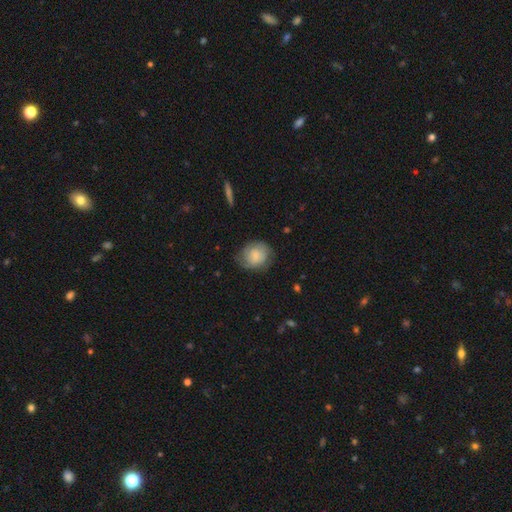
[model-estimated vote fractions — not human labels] The model was most divided on "smooth or featured": smooth: 52%, featured or disk: 40%, star or artifact: 8%. More confident: how rounded — round (73%); merging — none (65%).